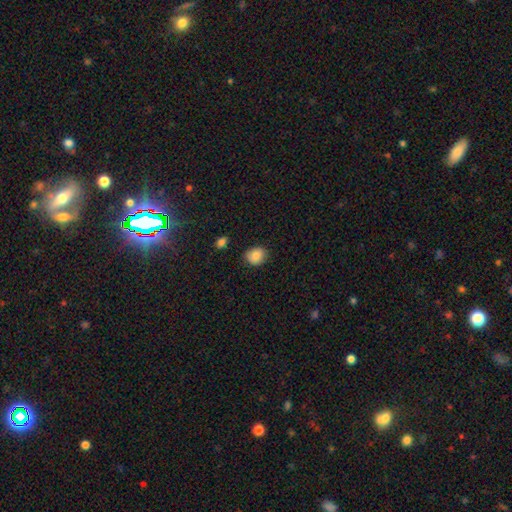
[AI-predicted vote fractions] This appears to be a smooth galaxy with no disk features (87%) that is round (58%). Merging: none (84%).